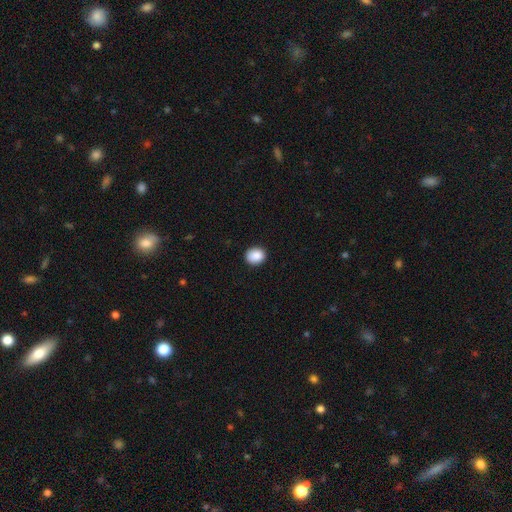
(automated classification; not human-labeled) Q: Smooth or featured?
A: smooth (89%); runner-up: star or artifact (8%)
Q: How rounded?
A: round (64%); runner-up: in between (35%)
Q: Merging?
A: none (90%); runner-up: minor disturbance (7%)